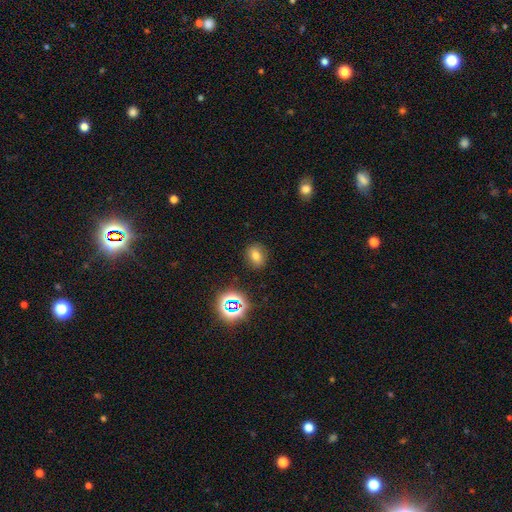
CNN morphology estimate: The model was most divided on "how rounded": in between: 54%, round: 45%, cigar-shaped: 2%. More confident: merging — none (85%); smooth or featured — smooth (68%).